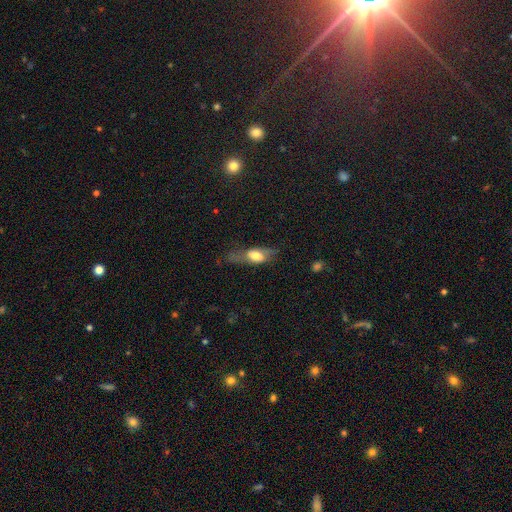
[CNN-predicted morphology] Q: Smooth or featured?
A: smooth (60%); runner-up: featured or disk (32%)
Q: How rounded?
A: in between (69%); runner-up: cigar-shaped (25%)
Q: Merging?
A: none (48%); runner-up: minor disturbance (28%)